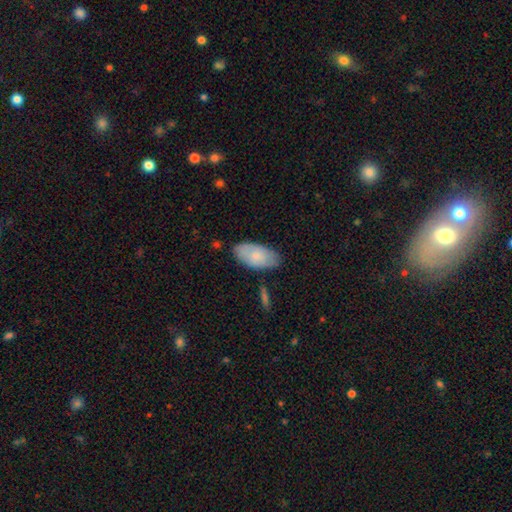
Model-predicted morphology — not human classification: Smooth or featured?
  - smooth: 71% *
  - featured or disk: 23%
  - star or artifact: 6%
How rounded?
  - in between: 94% *
  - cigar-shaped: 3%
  - round: 3%
Merging?
  - none: 73% *
  - minor disturbance: 20%
  - major disturbance: 4%
  - merger: 3%